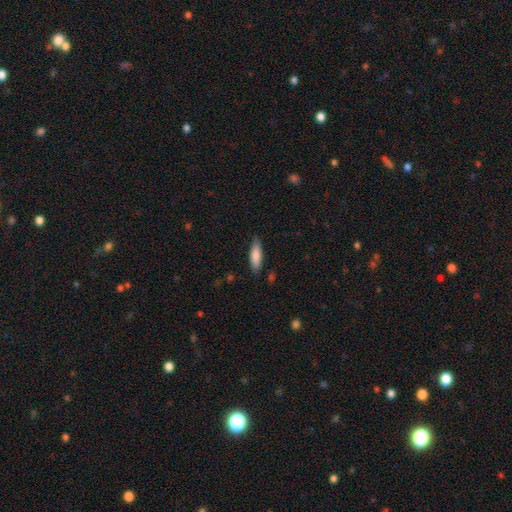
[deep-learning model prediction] Smooth or featured: smooth — 84% (featured or disk — 11%)
How rounded: cigar-shaped — 53% (in between — 45%)
Merging: none — 82% (minor disturbance — 14%)